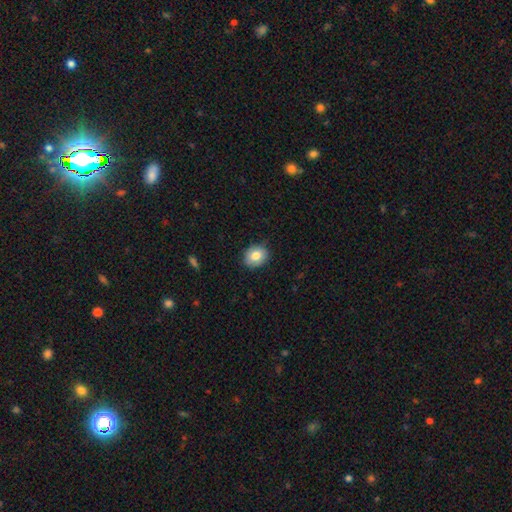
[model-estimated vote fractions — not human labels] Smooth or featured?
  - smooth: 80% *
  - featured or disk: 12%
  - star or artifact: 8%
How rounded?
  - round: 53% *
  - in between: 46%
  - cigar-shaped: 1%
Merging?
  - none: 82% *
  - minor disturbance: 14%
  - major disturbance: 3%
  - merger: 1%